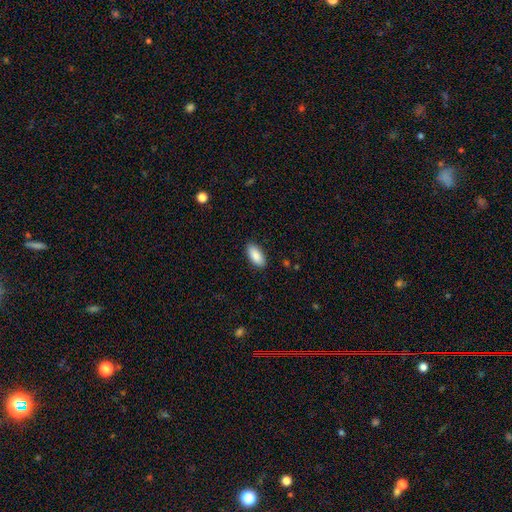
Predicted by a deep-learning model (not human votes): Smooth or featured? smooth (88%)
How rounded? in between (91%)
Merging? none (89%)